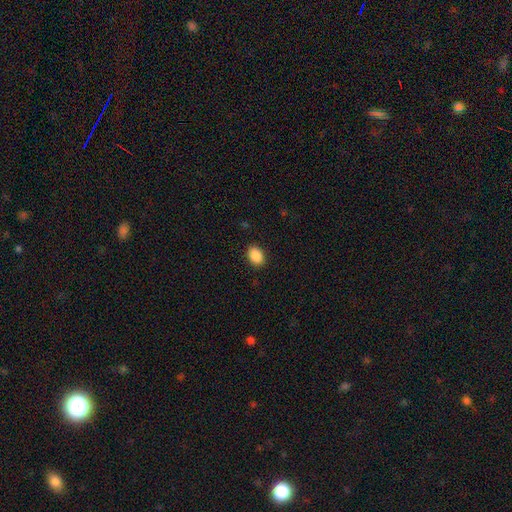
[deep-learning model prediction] A smooth galaxy with no disk features (89%) that is in between round and cigar-shaped (75%).

Vote fractions:
- Smooth or featured? smooth: 89% / star or artifact: 8% / featured or disk: 3%
- How rounded? in between: 75% / round: 24% / cigar-shaped: 1%
- Merging? none: 90% / minor disturbance: 7% / major disturbance: 2% / merger: 1%